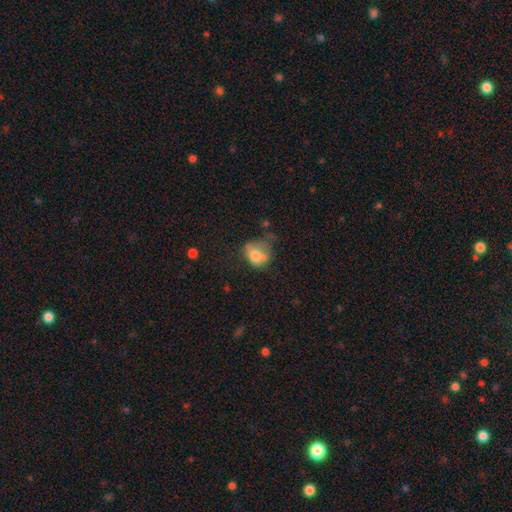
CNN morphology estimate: This appears to be a smooth galaxy with no disk features (69%) that is in between round and cigar-shaped (52%). Merging: none (30%).